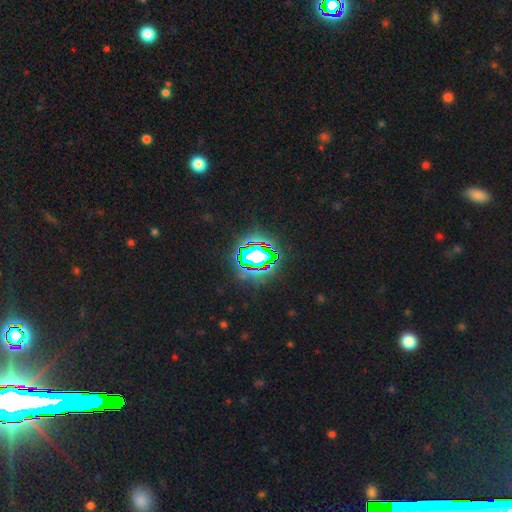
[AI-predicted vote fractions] smooth-or-featured: star or artifact: 82% | smooth: 11% | featured or disk: 7%